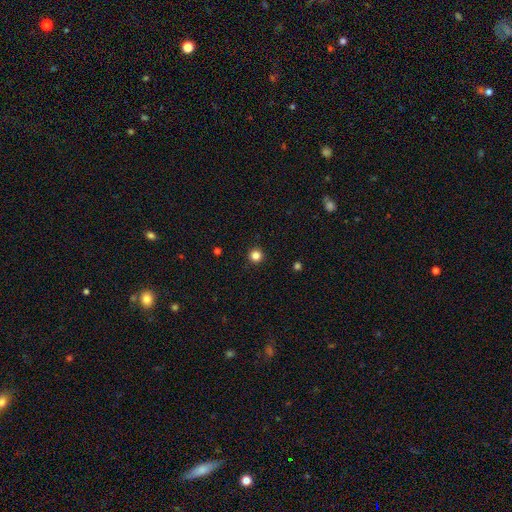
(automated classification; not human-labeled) smooth_or_featured: smooth (p=0.84) [alt: star or artifact p=0.12]
how_rounded: round (p=0.96) [alt: in between p=0.03]
merging: none (p=0.93) [alt: minor disturbance p=0.04]